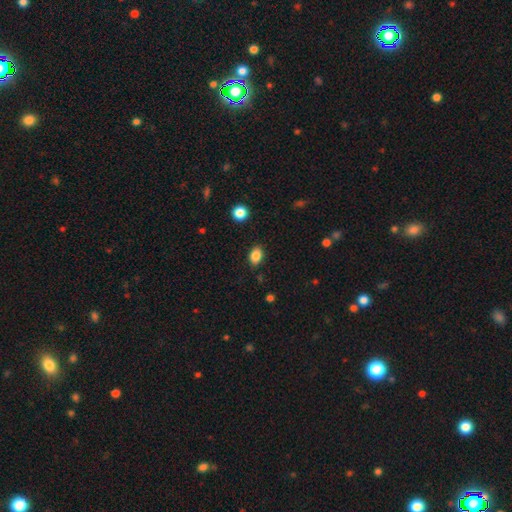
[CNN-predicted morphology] Overall: smooth (86%). How rounded: in between (78%). Merging: none (86%).